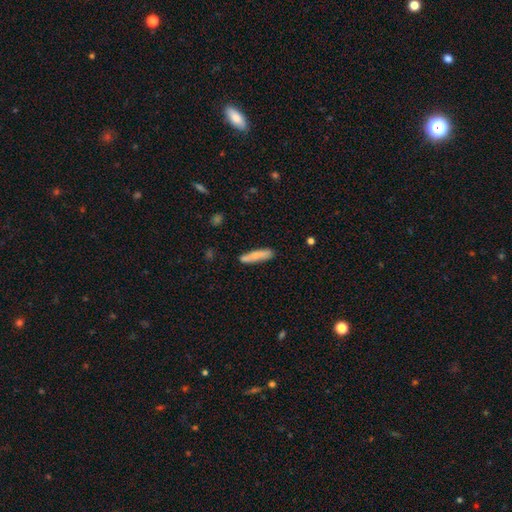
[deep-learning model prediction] Overall: smooth (71%). How rounded: cigar-shaped (83%). Merging: none (80%).